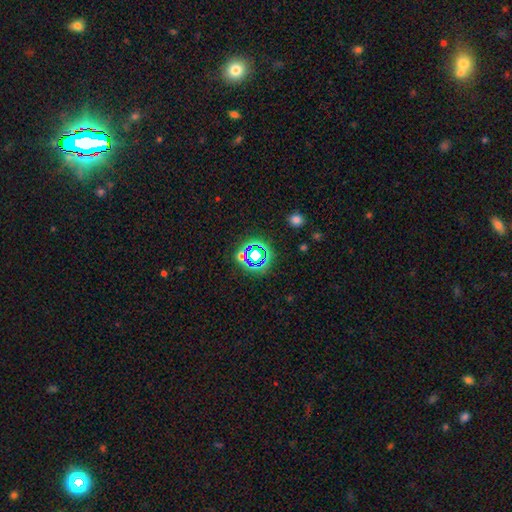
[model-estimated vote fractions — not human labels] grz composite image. It shows a star or artifact, not a galaxy (64%).